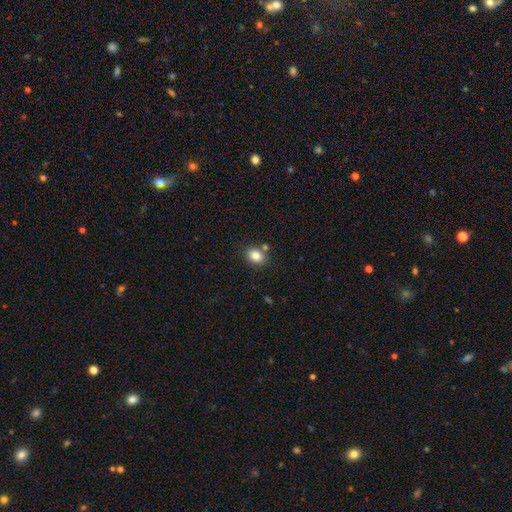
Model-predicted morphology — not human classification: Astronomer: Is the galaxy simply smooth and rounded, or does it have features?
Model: smooth — 83%.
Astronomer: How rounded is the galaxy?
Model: round — 53% (runner-up: in between, 46%).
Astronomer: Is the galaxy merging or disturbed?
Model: none — 76%.